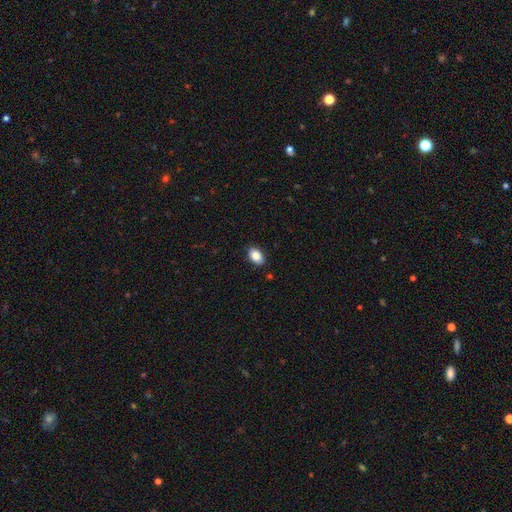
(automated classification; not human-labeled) A smooth galaxy with no disk features (86%) that is in between round and cigar-shaped (89%).

Vote fractions:
- Smooth or featured? smooth: 86% / star or artifact: 8% / featured or disk: 6%
- How rounded? in between: 89% / round: 10% / cigar-shaped: 1%
- Merging? none: 87% / minor disturbance: 10% / major disturbance: 2% / merger: 1%